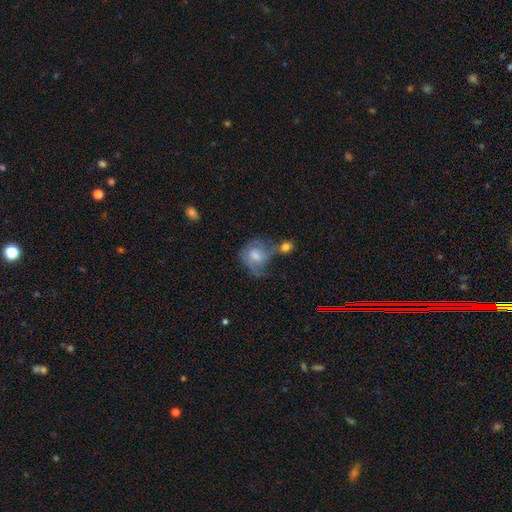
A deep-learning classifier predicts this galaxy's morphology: smooth_or_featured: featured or disk (p=0.53) [alt: smooth p=0.39]
disk_edge_on: no (p=0.97) [alt: yes p=0.03]
bar: weak (p=0.46) [tied with: no p=0.46]
has_spiral_arms: yes (p=0.72) [alt: no p=0.28]
bulge_size: moderate (p=0.46) [alt: small p=0.29]
merging: none (p=0.29) [alt: merger p=0.25]